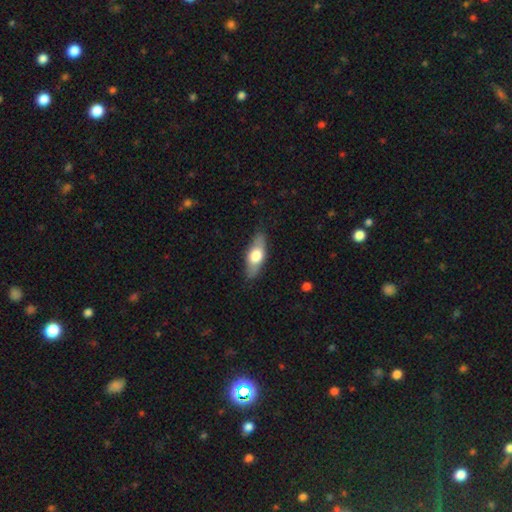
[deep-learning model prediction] smooth 59%, featured or disk 36%, star or artifact 6%. Down the decision tree: how rounded — in between (70%); merging — none (85%).